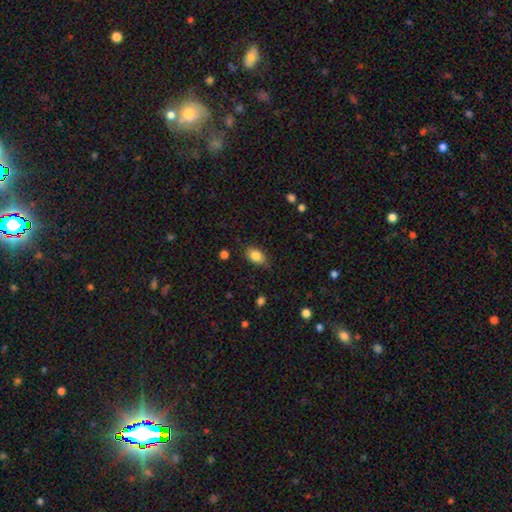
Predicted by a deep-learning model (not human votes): Smooth or featured: smooth — 84% (star or artifact — 8%)
How rounded: in between — 88% (round — 10%)
Merging: none — 76% (minor disturbance — 19%)